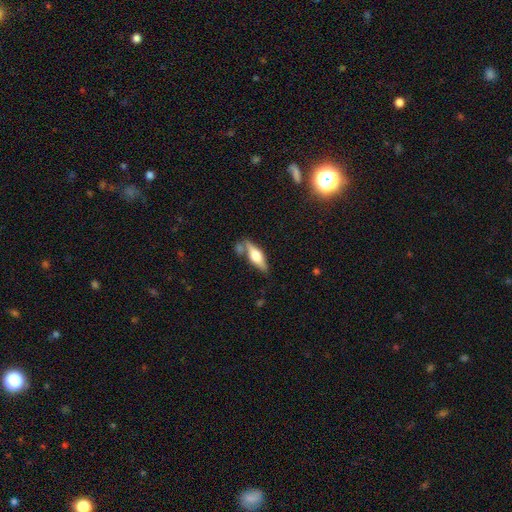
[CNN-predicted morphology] Smooth or featured? Predicted: featured or disk (p=0.52). Edge-on disk? Predicted: yes (p=0.90). Merging? Predicted: none (p=0.65).